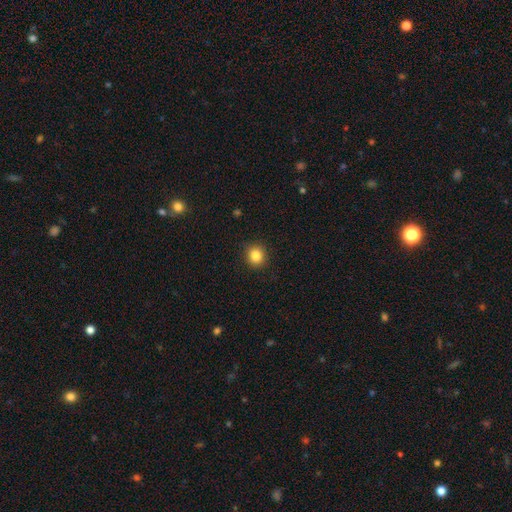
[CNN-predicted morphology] This is clearly a smooth galaxy (84%). How rounded: clearly round (88%). Merging: clearly none (91%).